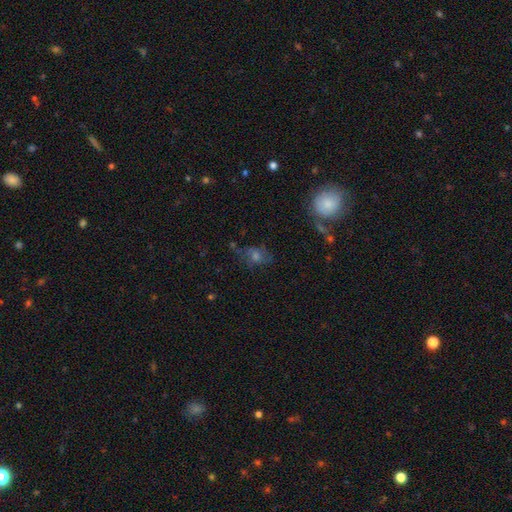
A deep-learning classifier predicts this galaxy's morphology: Overall: smooth (38%; featured or disk 35%). Merging: none (60%; minor disturbance 21%).